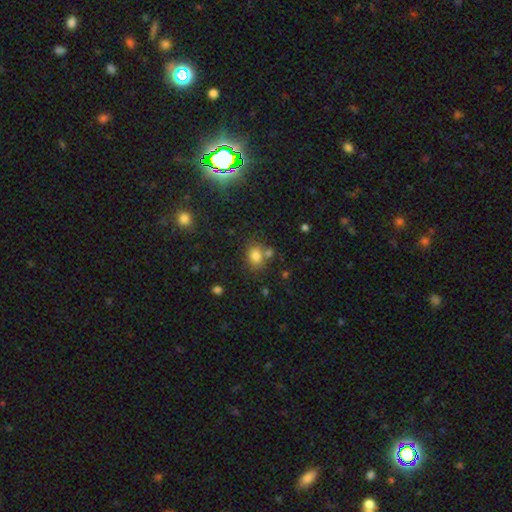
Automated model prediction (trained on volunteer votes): A smooth galaxy with no disk features (78%) that is in between round and cigar-shaped (50%).

Vote fractions:
- Smooth or featured? smooth: 78% / star or artifact: 14% / featured or disk: 8%
- How rounded? in between: 50% / round: 49% / cigar-shaped: 1%
- Merging? none: 59% / merger: 22% / minor disturbance: 14% / major disturbance: 5%